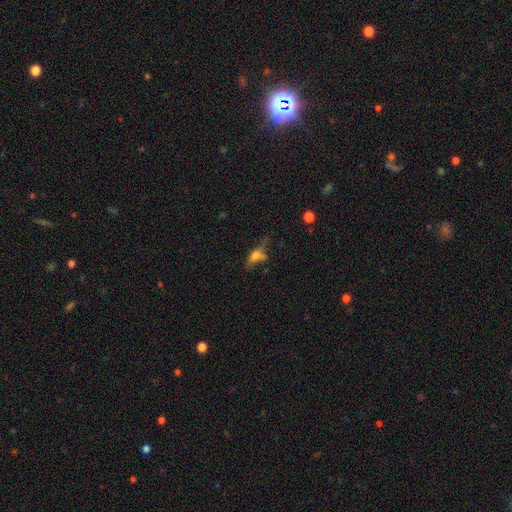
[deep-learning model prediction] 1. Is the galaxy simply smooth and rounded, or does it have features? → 50% smooth, 35% featured or disk, 15% star or artifact.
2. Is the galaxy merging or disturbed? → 42% none, 25% minor disturbance, 22% major disturbance, 11% merger.